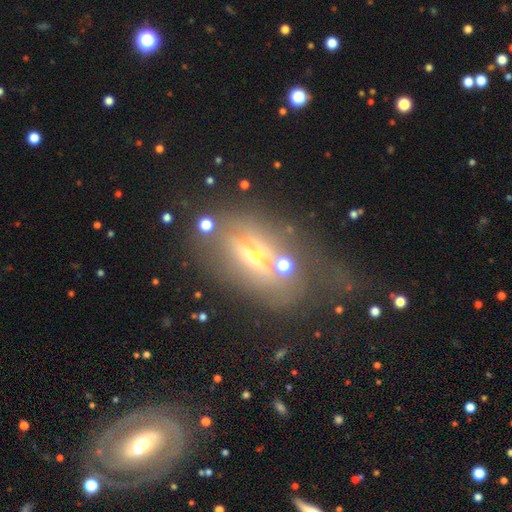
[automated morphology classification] Smooth or featured? featured or disk (51%)
Edge-on disk? no (53%)
Merging? none (43%)